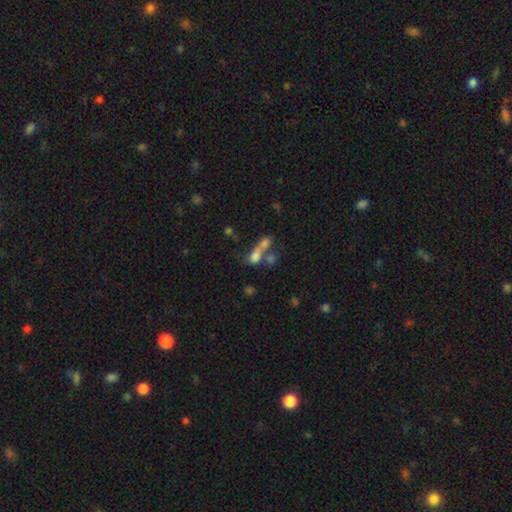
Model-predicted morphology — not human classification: Smooth or featured?
  - smooth: 65% *
  - featured or disk: 20%
  - star or artifact: 15%
How rounded?
  - in between: 65% *
  - round: 24%
  - cigar-shaped: 10%
Merging?
  - merger: 64% *
  - none: 19%
  - major disturbance: 10%
  - minor disturbance: 7%